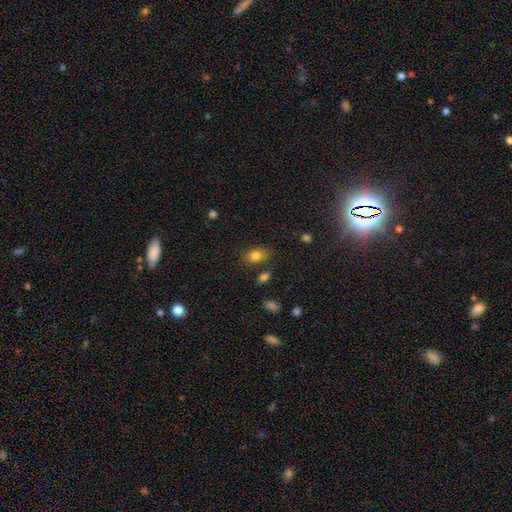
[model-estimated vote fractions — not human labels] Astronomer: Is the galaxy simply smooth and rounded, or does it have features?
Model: smooth — 82%.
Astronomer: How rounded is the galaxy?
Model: in between — 77%.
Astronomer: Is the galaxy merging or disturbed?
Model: none — 74%.